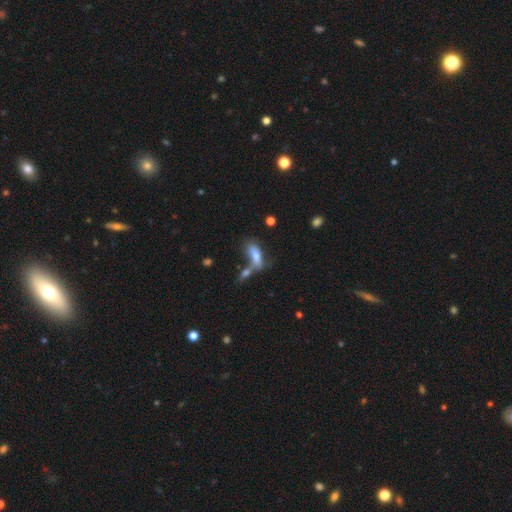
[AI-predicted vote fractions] A smooth galaxy with no disk features (65%) that is in between round and cigar-shaped (72%). Merging: merger (43%).